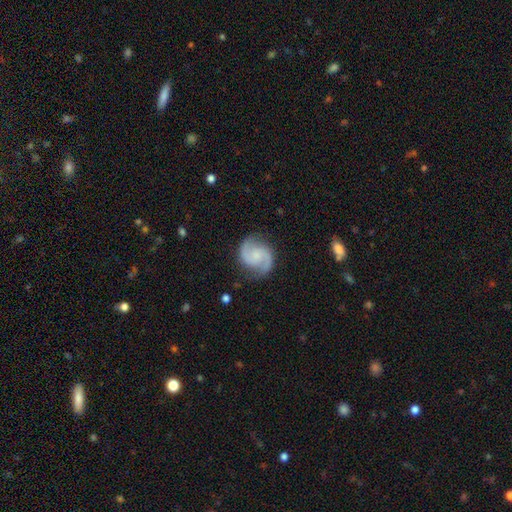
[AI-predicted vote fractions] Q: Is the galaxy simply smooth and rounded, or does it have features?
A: featured or disk — 86%.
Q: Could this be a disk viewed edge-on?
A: no — 98%.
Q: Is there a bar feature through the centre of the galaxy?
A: no — 57%.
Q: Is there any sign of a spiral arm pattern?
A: yes — 98%.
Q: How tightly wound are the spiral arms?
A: medium — 57%.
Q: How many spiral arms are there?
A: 2 — 93%.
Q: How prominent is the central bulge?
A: small — 48%.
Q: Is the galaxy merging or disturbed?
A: none — 82%.